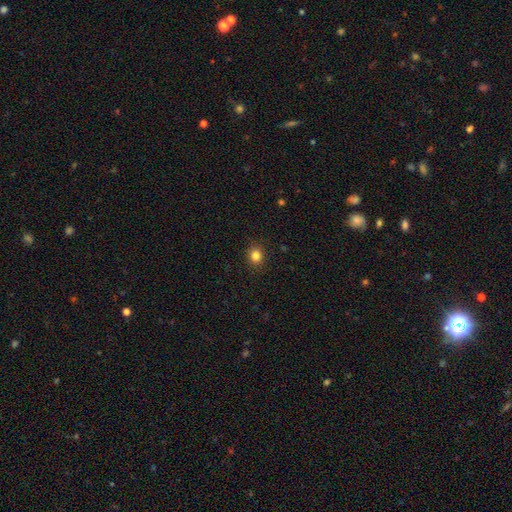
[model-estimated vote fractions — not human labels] A smooth galaxy with no disk features (84%) that is round (80%).

Vote fractions:
- Smooth or featured? smooth: 84% / star or artifact: 12% / featured or disk: 5%
- How rounded? round: 80% / in between: 19% / cigar-shaped: 1%
- Merging? none: 90% / minor disturbance: 7% / major disturbance: 2% / merger: 1%